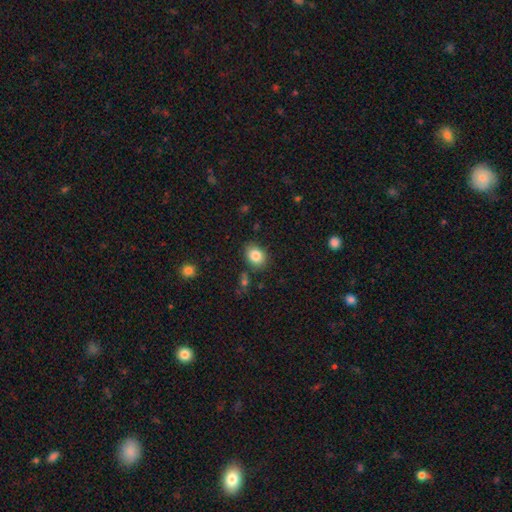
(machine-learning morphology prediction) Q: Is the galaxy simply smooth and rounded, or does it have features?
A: smooth — 85%.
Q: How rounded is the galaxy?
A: in between — 59%.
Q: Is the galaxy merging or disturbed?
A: none — 80%.